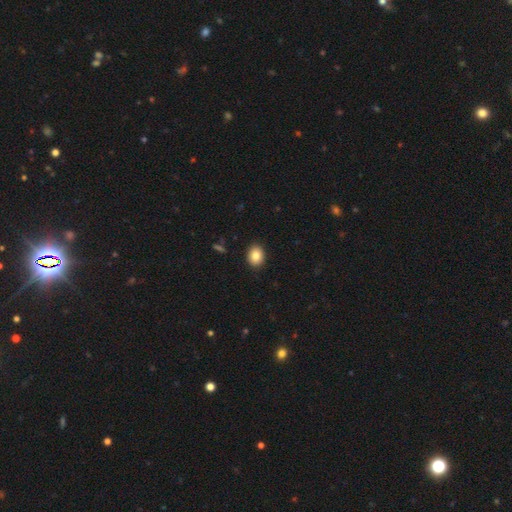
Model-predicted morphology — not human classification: Smooth or featured? smooth (84%)
How rounded? in between (51%)
Merging? none (91%)